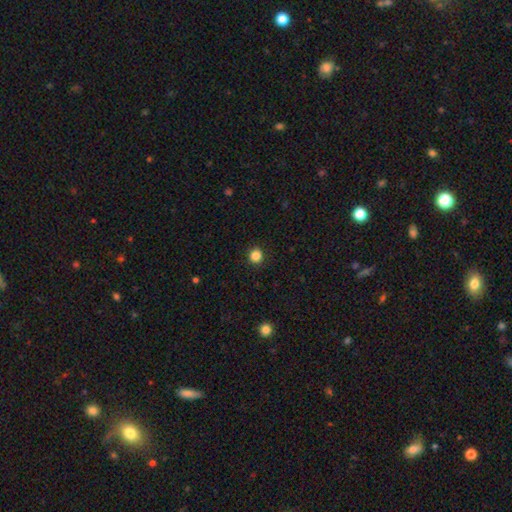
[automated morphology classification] This appears to be a smooth galaxy with no disk features (85%) that is round (93%). Merging: none (92%).